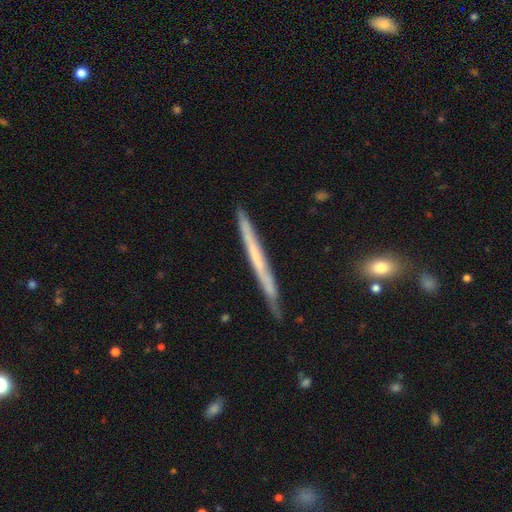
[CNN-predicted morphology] This appears to be a featured or disk galaxy (56%) viewed edge-on (95%) with no central bulge (87%). Merging: none (83%).